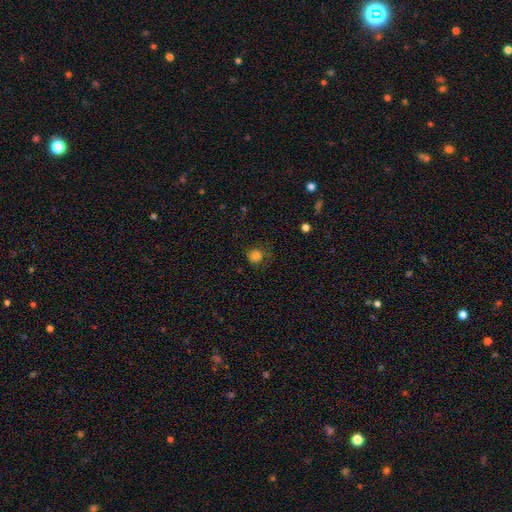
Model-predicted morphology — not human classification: Q: Smooth or featured?
A: smooth (82%); runner-up: star or artifact (13%)
Q: How rounded?
A: round (87%); runner-up: in between (12%)
Q: Merging?
A: none (71%); runner-up: minor disturbance (18%)